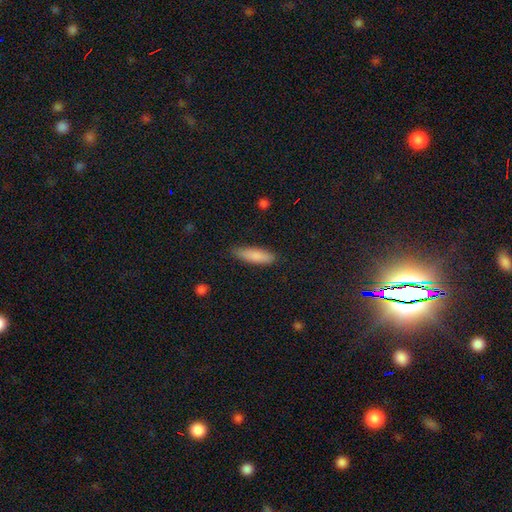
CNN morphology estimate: This appears to be a smooth galaxy with no disk features (84%) that is cigar-shaped (64%). Merging: none (82%).